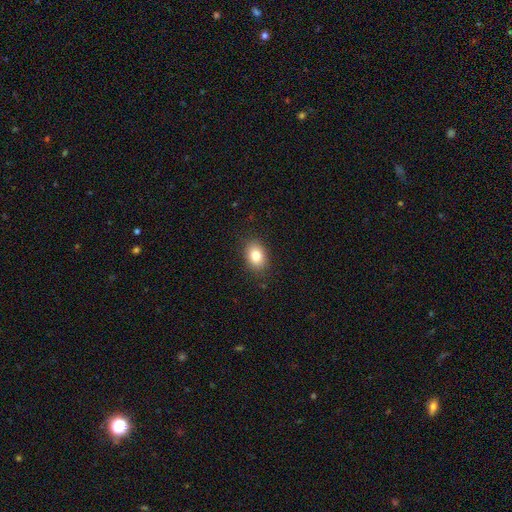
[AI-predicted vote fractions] A smooth galaxy with no disk features (82%) that is in between round and cigar-shaped (75%).

Vote fractions:
- Smooth or featured? smooth: 82% / star or artifact: 9% / featured or disk: 9%
- How rounded? in between: 75% / round: 24% / cigar-shaped: 1%
- Merging? none: 87% / minor disturbance: 10% / major disturbance: 3% / merger: 1%